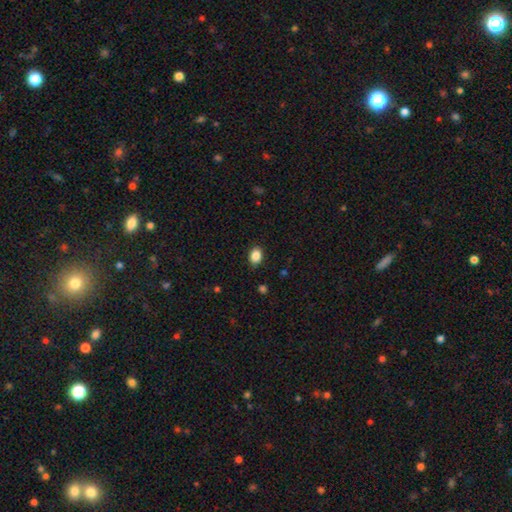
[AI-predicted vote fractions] Morphology: type=smooth (88%); roundness=in between (69%); merging=none (88%).